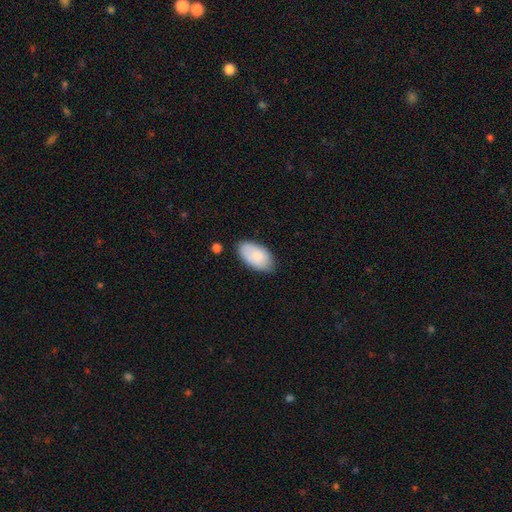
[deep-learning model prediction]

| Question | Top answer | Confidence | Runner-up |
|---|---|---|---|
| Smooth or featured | smooth | 81% | featured or disk (12%) |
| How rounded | in between | 95% | round (3%) |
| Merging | none | 74% | minor disturbance (20%) |